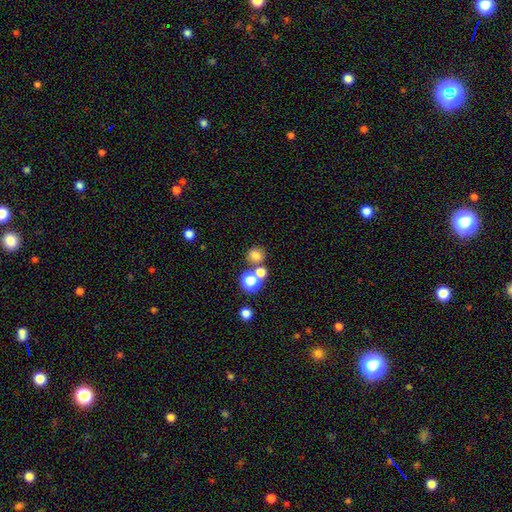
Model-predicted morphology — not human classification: Q: Smooth or featured?
A: smooth (74%); runner-up: star or artifact (18%)
Q: How rounded?
A: round (83%); runner-up: in between (16%)
Q: Merging?
A: none (64%); runner-up: merger (24%)